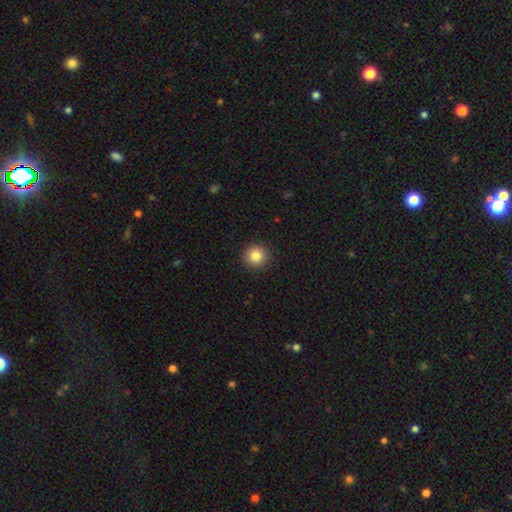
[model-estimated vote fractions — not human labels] This appears to be a smooth galaxy with no disk features (85%) that is round (94%). Merging: none (92%).